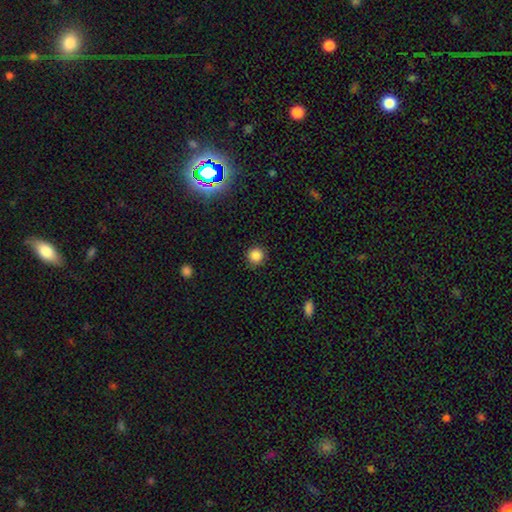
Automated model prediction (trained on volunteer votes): Smooth or featured? Predicted: smooth (p=0.84). How rounded? Predicted: round (p=0.94). Merging? Predicted: none (p=0.90).